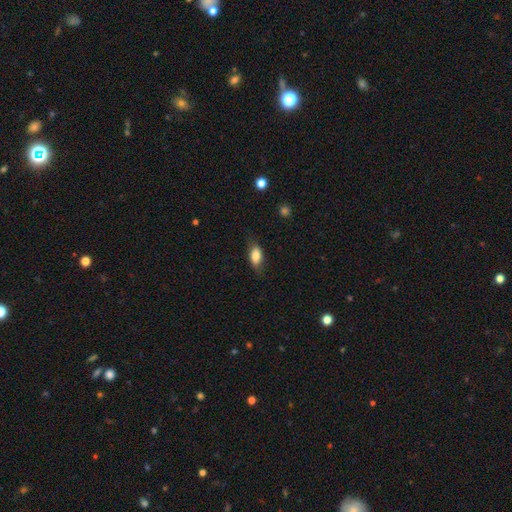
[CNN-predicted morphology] Smooth or featured?
  - smooth: 80% *
  - featured or disk: 13%
  - star or artifact: 7%
How rounded?
  - in between: 85% *
  - cigar-shaped: 10%
  - round: 5%
Merging?
  - none: 73% *
  - minor disturbance: 20%
  - major disturbance: 6%
  - merger: 1%